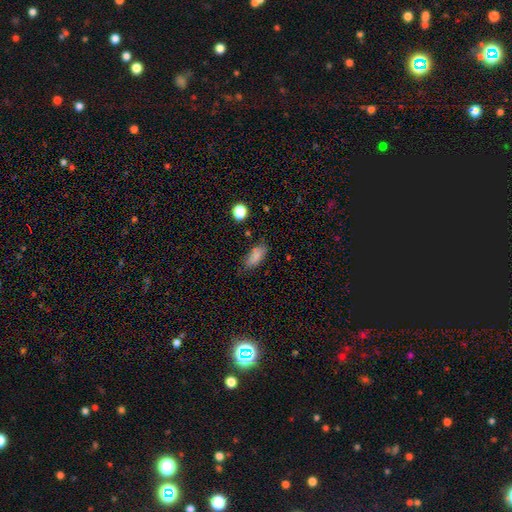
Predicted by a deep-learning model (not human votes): Morphology: type=smooth (82%); roundness=in between (83%); merging=none (68%).